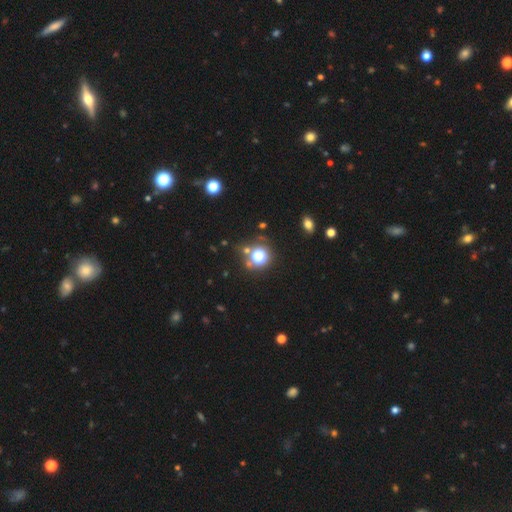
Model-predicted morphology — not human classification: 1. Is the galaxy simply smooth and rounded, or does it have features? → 48% star or artifact, 43% smooth, 8% featured or disk.